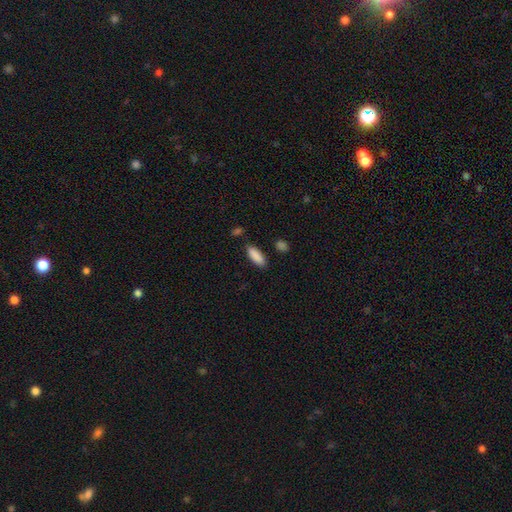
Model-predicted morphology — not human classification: A smooth galaxy with no disk features (89%) that is in between round and cigar-shaped (70%).

Vote fractions:
- Smooth or featured? smooth: 89% / star or artifact: 6% / featured or disk: 4%
- How rounded? in between: 70% / cigar-shaped: 29% / round: 2%
- Merging? none: 84% / minor disturbance: 11% / merger: 3% / major disturbance: 2%